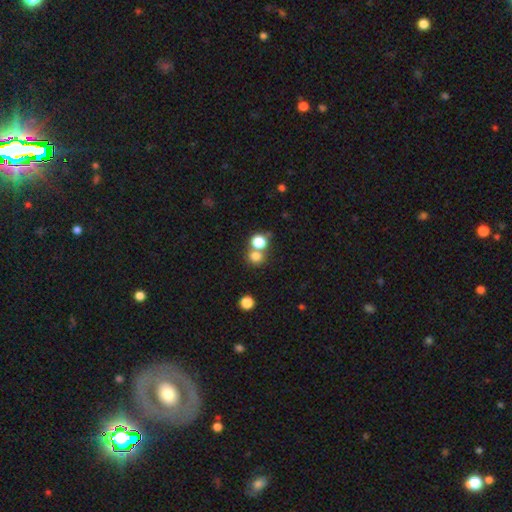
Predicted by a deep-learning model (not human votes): The model was most divided on "merging": none: 55%, merger: 35%, minor disturbance: 7%, major disturbance: 4%. More confident: how rounded — round (83%); smooth or featured — smooth (76%).